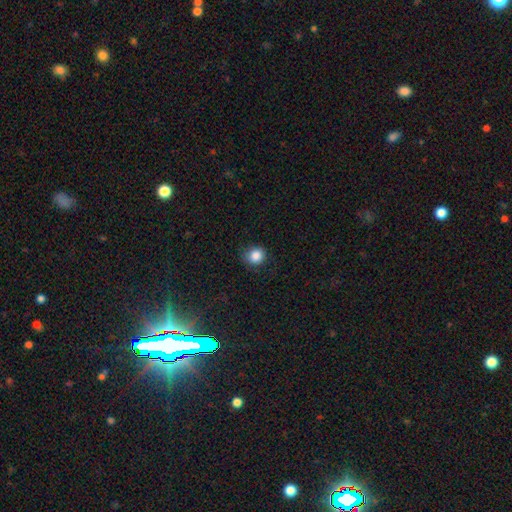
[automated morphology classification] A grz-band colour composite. It shows a smooth galaxy with no disk features (86%) that is round (84%). Merging: none (80%).